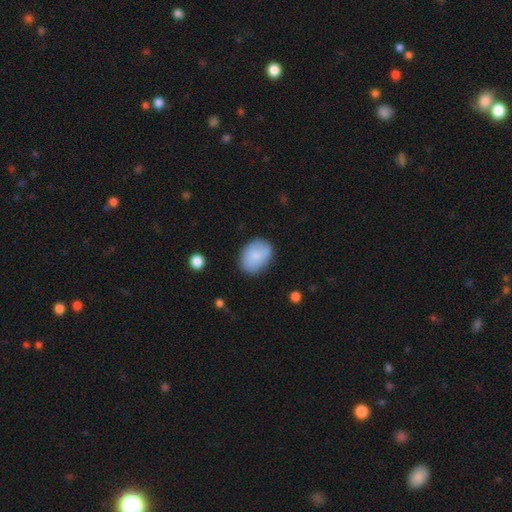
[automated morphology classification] Q: Smooth or featured?
A: smooth (80%); runner-up: featured or disk (14%)
Q: How rounded?
A: in between (71%); runner-up: round (28%)
Q: Merging?
A: none (79%); runner-up: minor disturbance (15%)